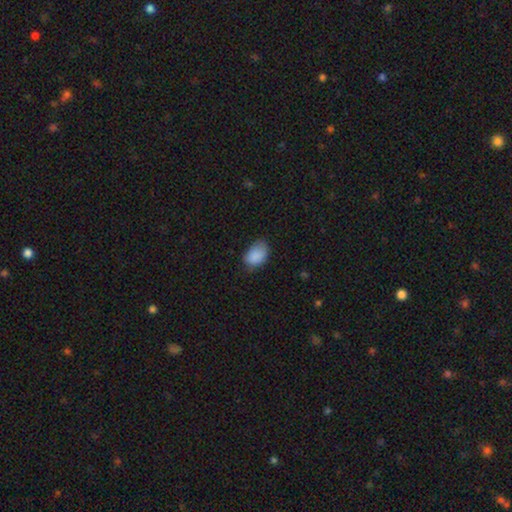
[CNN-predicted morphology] A smooth galaxy with no disk features (87%) that is in between round and cigar-shaped (84%). Merging: none (62%).